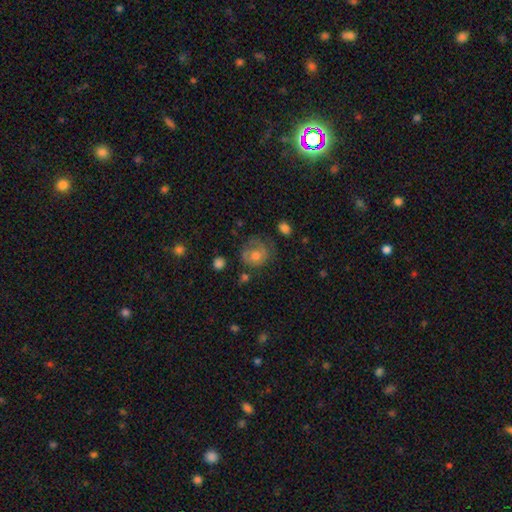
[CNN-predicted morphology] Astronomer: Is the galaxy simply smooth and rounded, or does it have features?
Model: smooth — 53% (runner-up: featured or disk, 35%).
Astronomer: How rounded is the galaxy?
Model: round — 75%.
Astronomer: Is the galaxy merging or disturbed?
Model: none — 55%.